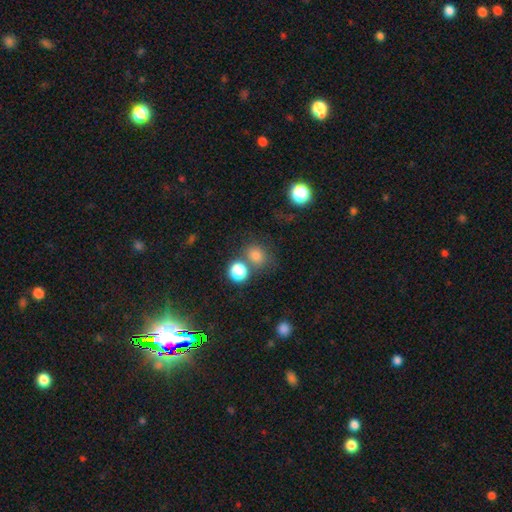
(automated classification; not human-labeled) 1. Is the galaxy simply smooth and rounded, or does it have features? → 77% smooth, 17% star or artifact, 7% featured or disk.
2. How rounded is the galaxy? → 72% round, 27% in between, 1% cigar-shaped.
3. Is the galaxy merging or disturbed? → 65% none, 19% merger, 11% minor disturbance, 5% major disturbance.